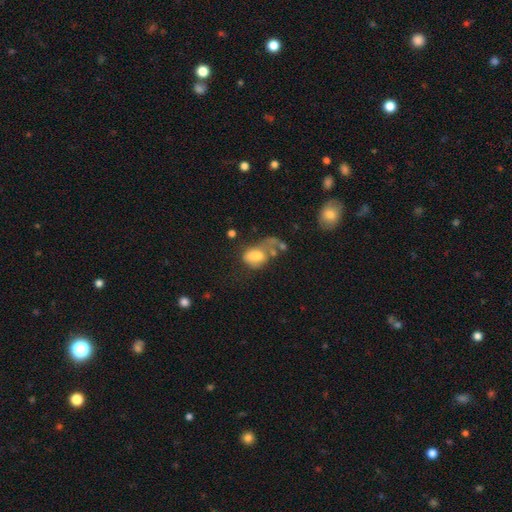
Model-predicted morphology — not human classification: Q: Smooth or featured?
A: smooth (58%); runner-up: featured or disk (31%)
Q: How rounded?
A: in between (83%); runner-up: round (15%)
Q: Merging?
A: major disturbance (49%); runner-up: merger (22%)